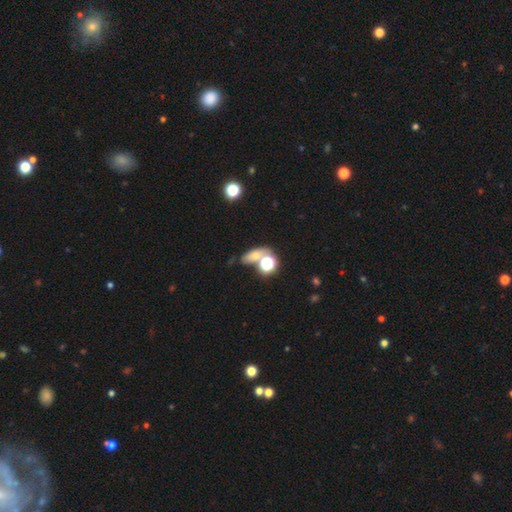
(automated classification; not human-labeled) smooth-or-featured: smooth: 58% | star or artifact: 24% | featured or disk: 18%
  how-rounded: in between: 56% | round: 34% | cigar-shaped: 10%
  merging: none: 47% | merger: 32% | minor disturbance: 13% | major disturbance: 8%